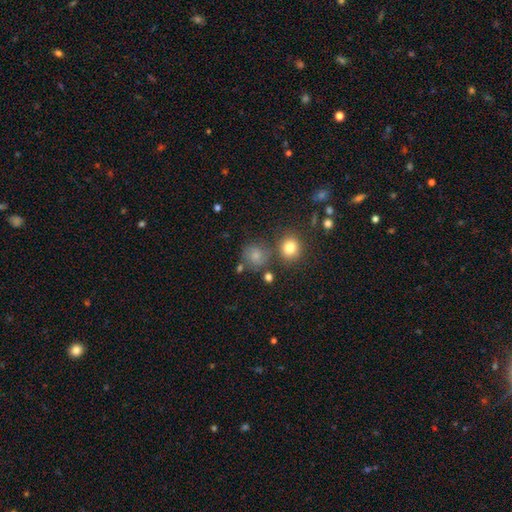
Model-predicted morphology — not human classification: This is likely a smooth galaxy (71%). How rounded: clearly round (84%). Merging: likely none (68%).